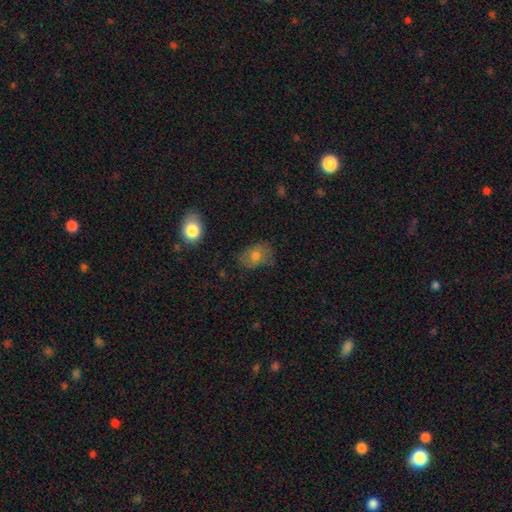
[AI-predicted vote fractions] A smooth galaxy with no disk features (68%) that is in between round and cigar-shaped (75%). Merging: none (73%).